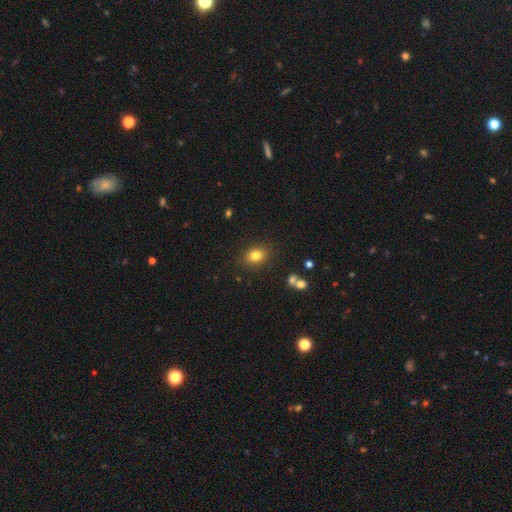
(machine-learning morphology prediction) Q: Smooth or featured?
A: smooth (81%); runner-up: star or artifact (11%)
Q: How rounded?
A: in between (54%); runner-up: round (44%)
Q: Merging?
A: none (85%); runner-up: minor disturbance (10%)